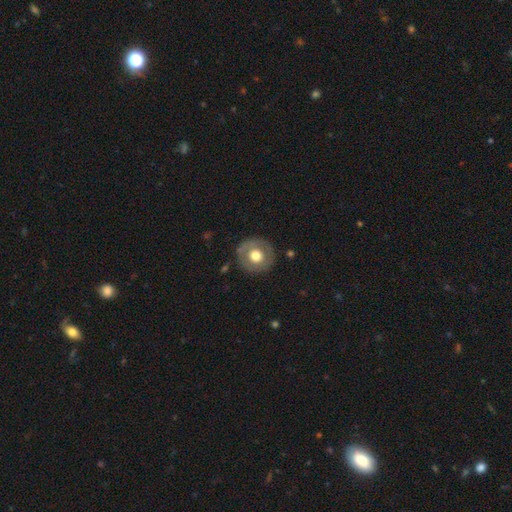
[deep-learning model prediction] This is possibly a smooth galaxy (60%). How rounded: clearly round (93%). Merging: clearly none (85%).